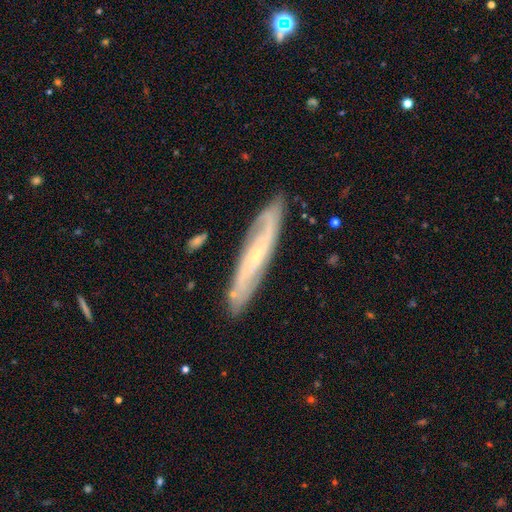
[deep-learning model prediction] featured or disk 73%, smooth 20%, star or artifact 7%. Down the decision tree: edge-on disk — no (52%); merging — none (84%).